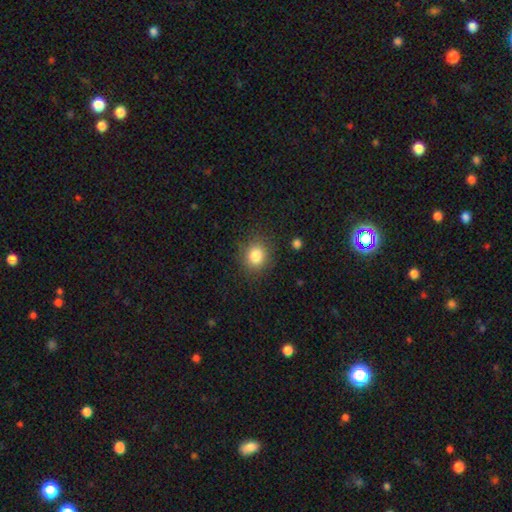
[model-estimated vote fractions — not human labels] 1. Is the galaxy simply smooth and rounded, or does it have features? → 84% smooth, 10% star or artifact, 6% featured or disk.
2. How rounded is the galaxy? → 73% round, 26% in between, 1% cigar-shaped.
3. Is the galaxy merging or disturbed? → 84% none, 11% minor disturbance, 3% major disturbance, 2% merger.